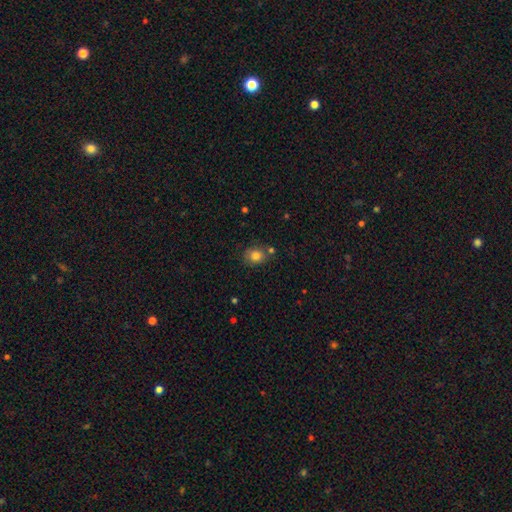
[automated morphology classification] Smooth or featured?
  - smooth: 81% *
  - star or artifact: 11%
  - featured or disk: 8%
How rounded?
  - round: 65% *
  - in between: 34%
  - cigar-shaped: 1%
Merging?
  - none: 73% *
  - minor disturbance: 15%
  - merger: 9%
  - major disturbance: 4%